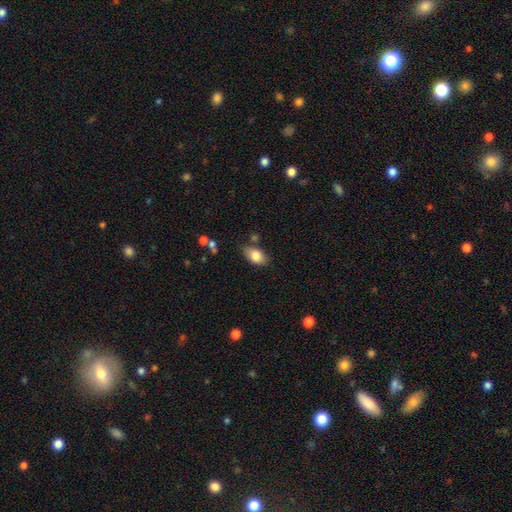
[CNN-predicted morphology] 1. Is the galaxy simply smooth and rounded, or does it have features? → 82% smooth, 11% featured or disk, 7% star or artifact.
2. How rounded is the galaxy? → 89% in between, 8% round, 2% cigar-shaped.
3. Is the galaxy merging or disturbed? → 72% none, 19% minor disturbance, 5% merger, 4% major disturbance.